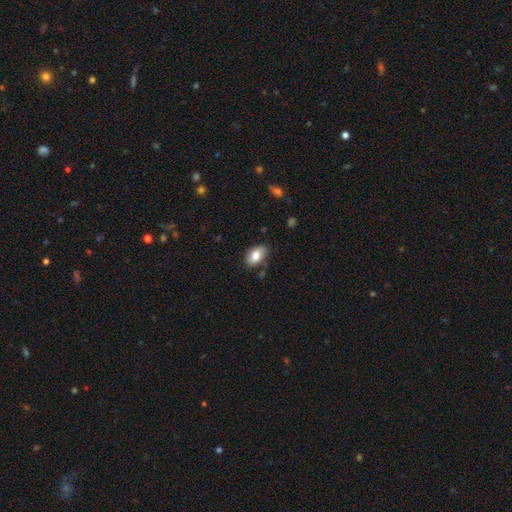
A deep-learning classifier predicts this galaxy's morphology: The model was most divided on "merging": none: 77%, minor disturbance: 17%, major disturbance: 3%, merger: 3%. More confident: how rounded — in between (90%); smooth or featured — smooth (79%).